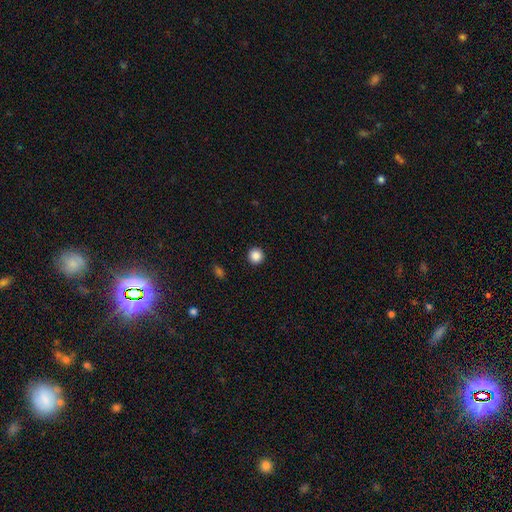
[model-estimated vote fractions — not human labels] smooth 88%, star or artifact 10%, featured or disk 3%. Down the decision tree: how rounded — round (95%); merging — none (93%).